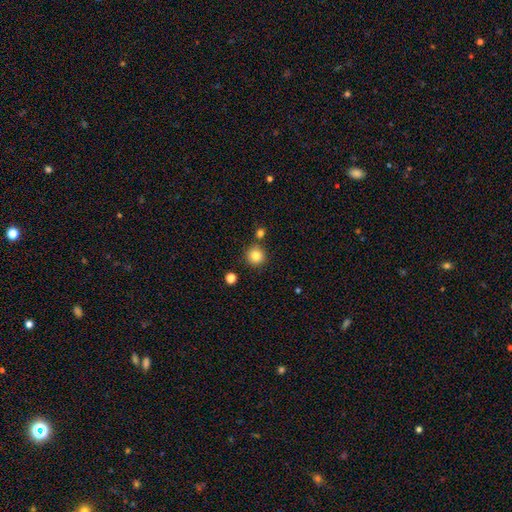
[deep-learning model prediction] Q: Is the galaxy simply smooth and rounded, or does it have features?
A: smooth — 83%.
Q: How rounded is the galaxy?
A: round — 94%.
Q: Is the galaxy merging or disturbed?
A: none — 83%.